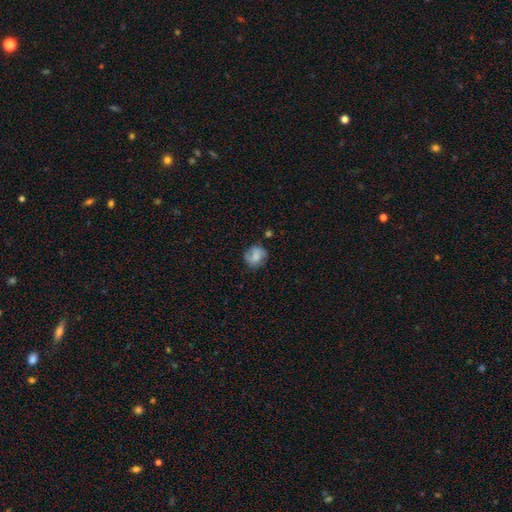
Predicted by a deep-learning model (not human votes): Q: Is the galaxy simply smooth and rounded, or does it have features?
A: smooth — 59%.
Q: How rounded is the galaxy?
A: round — 78%.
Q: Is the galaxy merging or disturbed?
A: none — 71%.